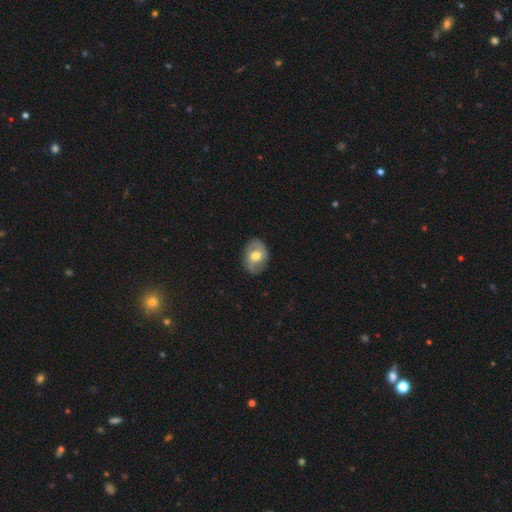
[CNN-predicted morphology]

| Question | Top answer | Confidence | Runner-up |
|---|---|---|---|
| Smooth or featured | featured or disk | 53% | smooth (40%) |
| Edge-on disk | no | 95% | yes (5%) |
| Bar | no | 49% | weak (38%) |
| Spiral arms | yes | 70% | no (30%) |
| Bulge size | moderate | 76% | small (12%) |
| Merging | none | 79% | minor disturbance (15%) |